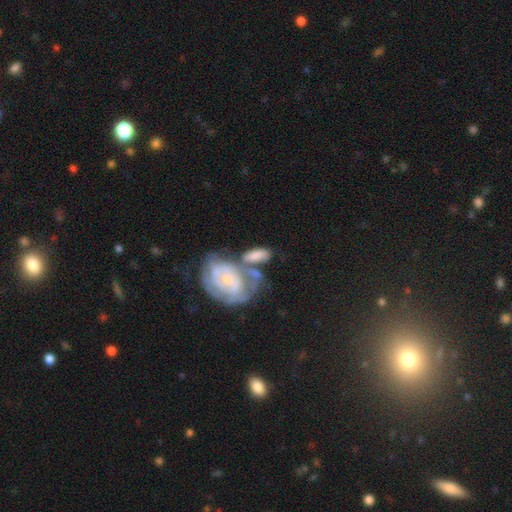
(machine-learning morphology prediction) Q: Smooth or featured?
A: smooth (53%); runner-up: featured or disk (40%)
Q: How rounded?
A: in between (86%); runner-up: round (8%)
Q: Merging?
A: merger (41%); runner-up: none (31%)